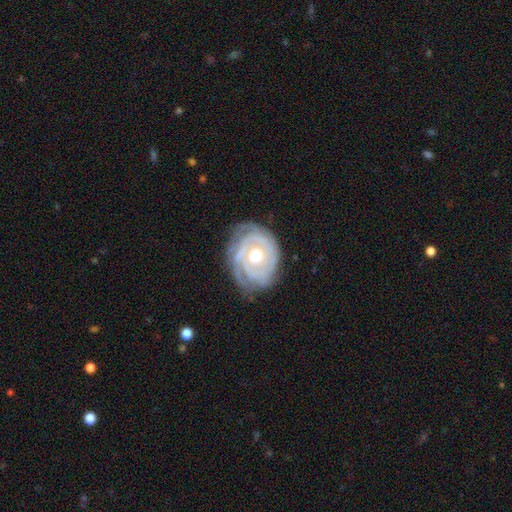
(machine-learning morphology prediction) Smooth or featured? Predicted: featured or disk (p=0.84). Edge-on disk? Predicted: no (p=0.97). Bar? Predicted: no (p=0.79). Spiral arms? Predicted: yes (p=0.90). Spiral winding? Predicted: tight (p=0.73). Spiral arm count? Predicted: can't tell (p=0.29). Bulge size? Predicted: moderate (p=0.78). Merging? Predicted: none (p=0.68).